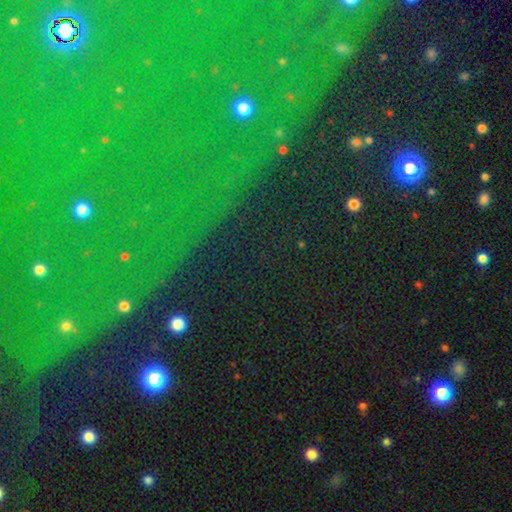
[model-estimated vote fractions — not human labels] smooth-or-featured: star or artifact: 73% | smooth: 15% | featured or disk: 12%